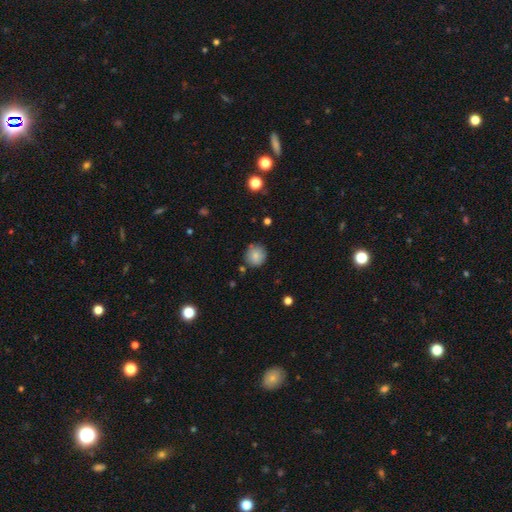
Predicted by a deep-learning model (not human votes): smooth 81%, featured or disk 10%, star or artifact 9%. Down the decision tree: how rounded — round (88%); merging — none (77%).